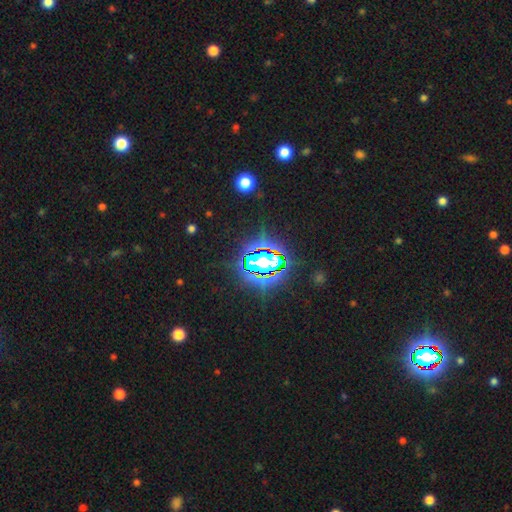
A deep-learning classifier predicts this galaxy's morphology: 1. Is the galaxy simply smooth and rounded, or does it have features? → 73% star or artifact, 15% smooth, 12% featured or disk.